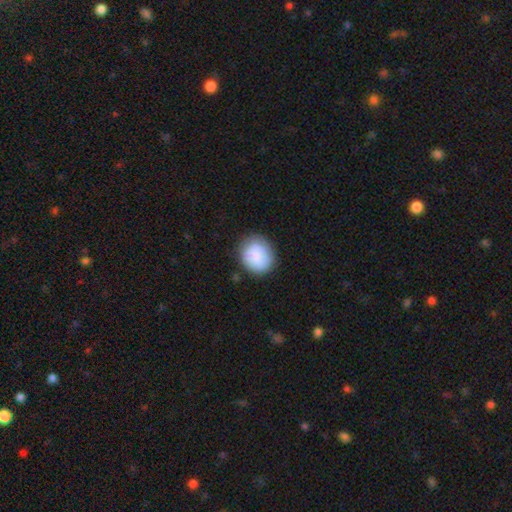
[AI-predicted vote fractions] Smooth or featured: smooth — 81% (featured or disk — 12%)
How rounded: round — 73% (in between — 26%)
Merging: none — 77% (minor disturbance — 17%)